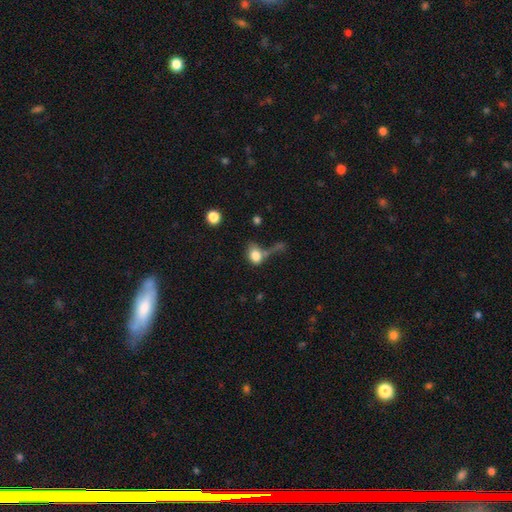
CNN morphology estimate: Smooth or featured? smooth (79%)
How rounded? in between (68%)
Merging? none (31%)